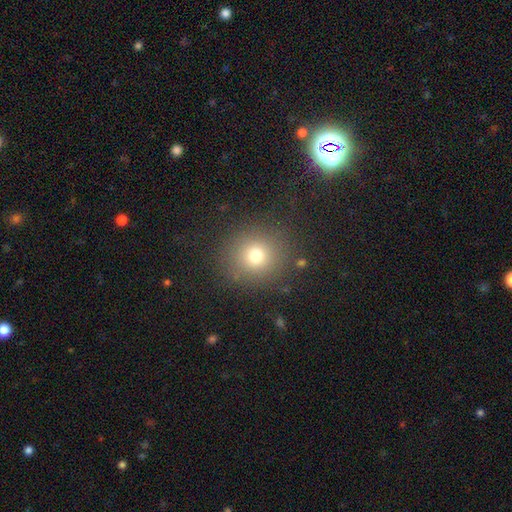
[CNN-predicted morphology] smooth-or-featured: smooth: 73% | star or artifact: 18% | featured or disk: 10%
  how-rounded: round: 90% | in between: 9% | cigar-shaped: 1%
  merging: none: 87% | minor disturbance: 8% | major disturbance: 4% | merger: 2%